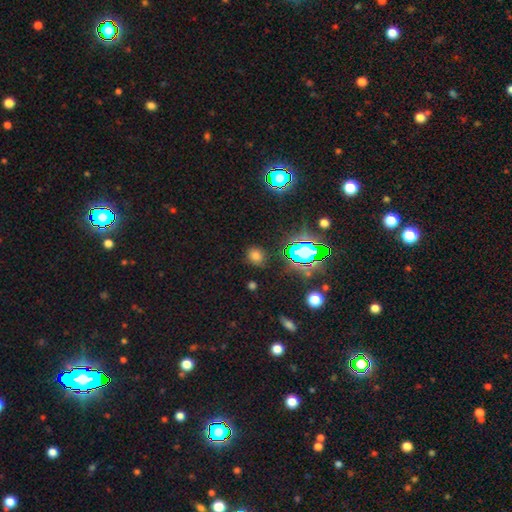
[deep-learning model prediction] A smooth galaxy with no disk features (67%) that is round (77%). Merging: none (86%).